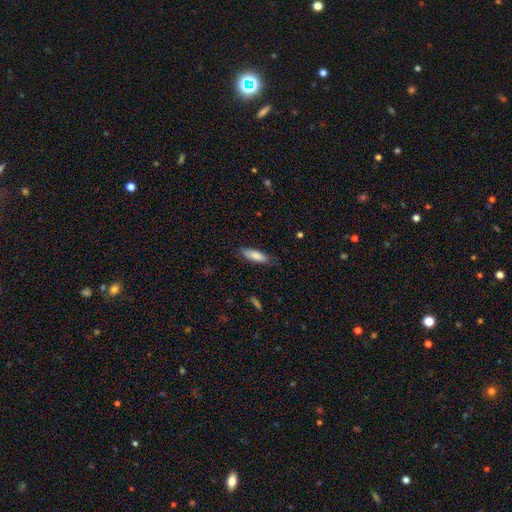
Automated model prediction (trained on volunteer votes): Q: Smooth or featured?
A: smooth (82%); runner-up: featured or disk (12%)
Q: How rounded?
A: cigar-shaped (51%); runner-up: in between (47%)
Q: Merging?
A: none (81%); runner-up: minor disturbance (15%)